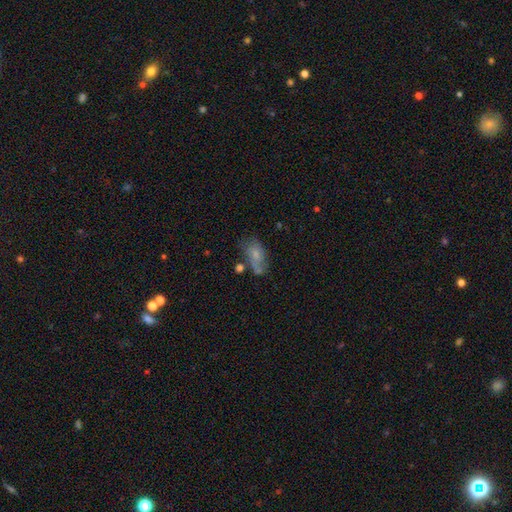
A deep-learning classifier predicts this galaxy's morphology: Q: Smooth or featured?
A: smooth (51%); runner-up: featured or disk (37%)
Q: How rounded?
A: in between (86%); runner-up: round (10%)
Q: Merging?
A: none (43%); runner-up: minor disturbance (26%)